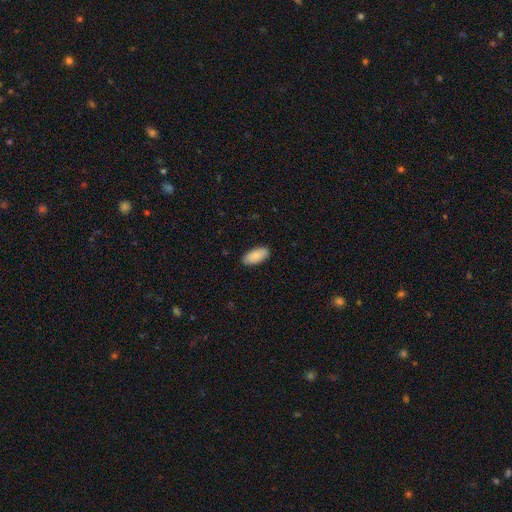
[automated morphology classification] smooth-or-featured: smooth: 86% | featured or disk: 8% | star or artifact: 6%
  how-rounded: in between: 93% | cigar-shaped: 5% | round: 2%
  merging: none: 88% | minor disturbance: 10% | major disturbance: 2% | merger: 1%